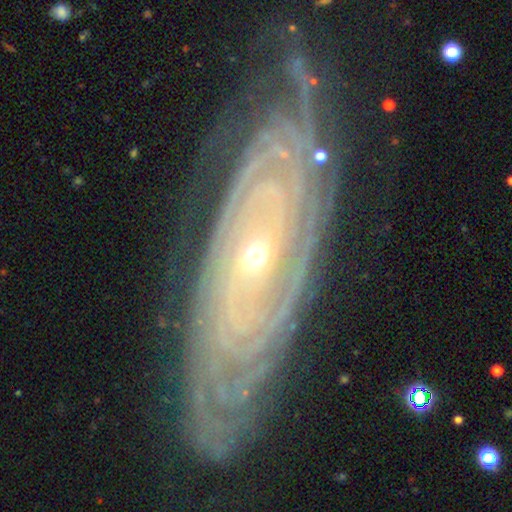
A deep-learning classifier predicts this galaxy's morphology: A featured or disk galaxy (82%) with no bar (73%), tight (84%) spiral arms (93%) and a small central bulge (74%). Merging: none (80%).